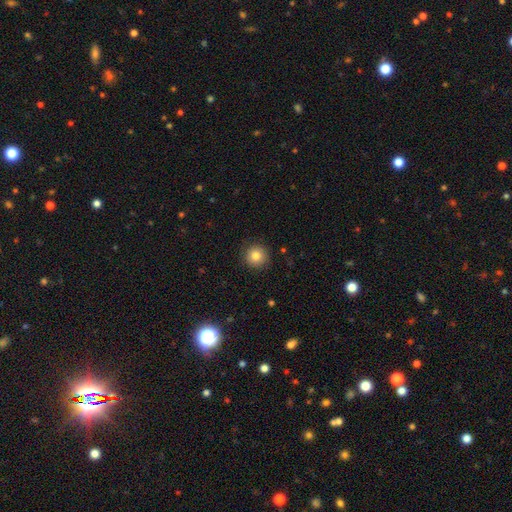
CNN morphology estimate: Q: Smooth or featured?
A: smooth (83%); runner-up: star or artifact (10%)
Q: How rounded?
A: round (95%); runner-up: in between (4%)
Q: Merging?
A: none (90%); runner-up: minor disturbance (7%)